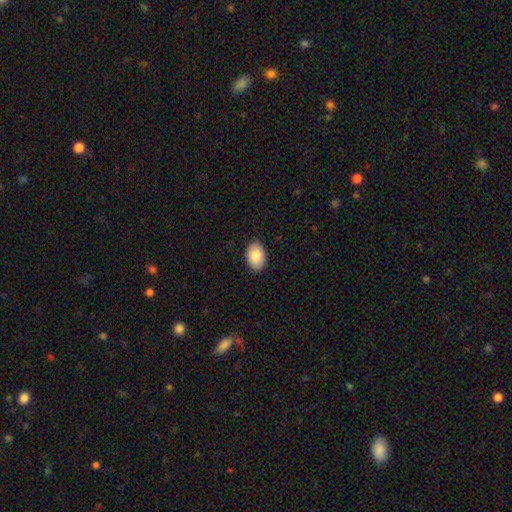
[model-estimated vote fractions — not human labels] Q: Smooth or featured?
A: smooth (88%); runner-up: star or artifact (6%)
Q: How rounded?
A: in between (89%); runner-up: round (10%)
Q: Merging?
A: none (89%); runner-up: minor disturbance (8%)